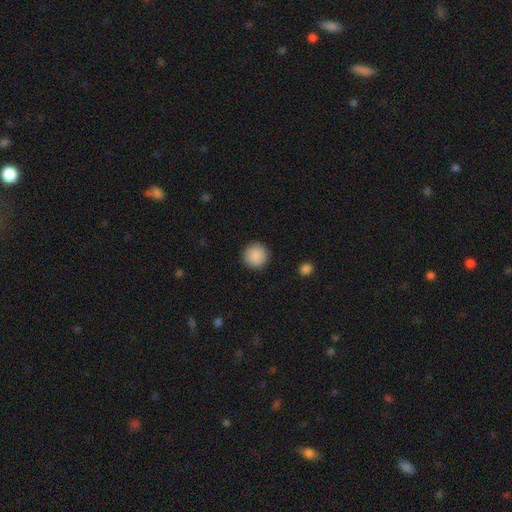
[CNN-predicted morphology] type=smooth (90%); roundness=round (96%); merging=none (92%).